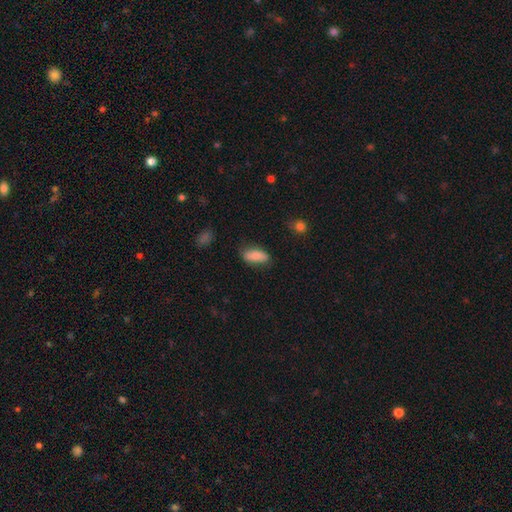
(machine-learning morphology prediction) Smooth or featured?
  - smooth: 76% *
  - featured or disk: 17%
  - star or artifact: 7%
How rounded?
  - in between: 83% *
  - cigar-shaped: 14%
  - round: 3%
Merging?
  - none: 73% *
  - minor disturbance: 20%
  - major disturbance: 5%
  - merger: 2%